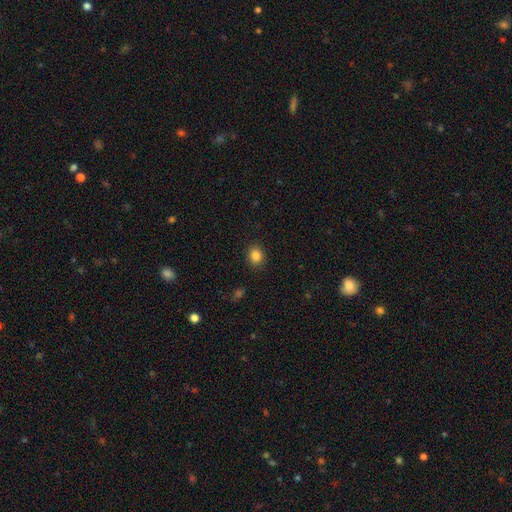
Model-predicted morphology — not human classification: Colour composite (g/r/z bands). It shows a smooth galaxy with no disk features (84%) that is round (68%). Merging: none (90%).